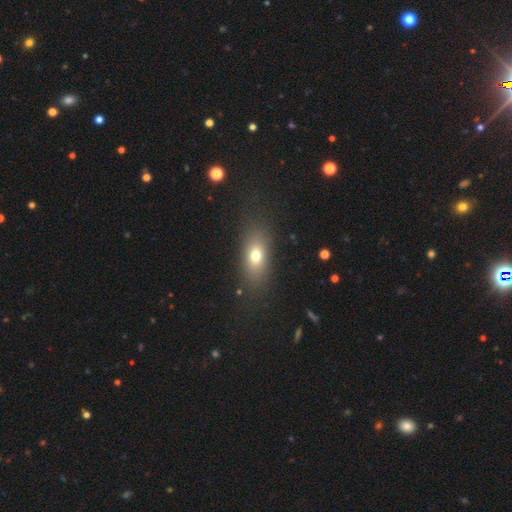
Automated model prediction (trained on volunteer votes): The model was most divided on "smooth or featured": smooth: 72%, featured or disk: 16%, star or artifact: 12%. More confident: merging — none (82%); how rounded — in between (77%).